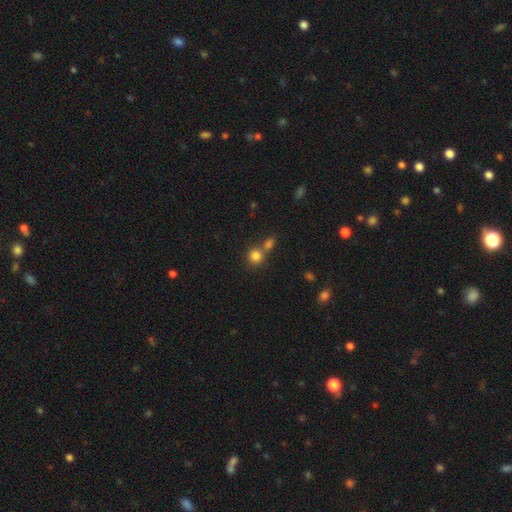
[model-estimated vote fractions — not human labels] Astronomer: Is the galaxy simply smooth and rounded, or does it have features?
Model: smooth — 83%.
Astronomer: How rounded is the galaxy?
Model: round — 85%.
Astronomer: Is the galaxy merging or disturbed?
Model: none — 54% (runner-up: merger, 35%).